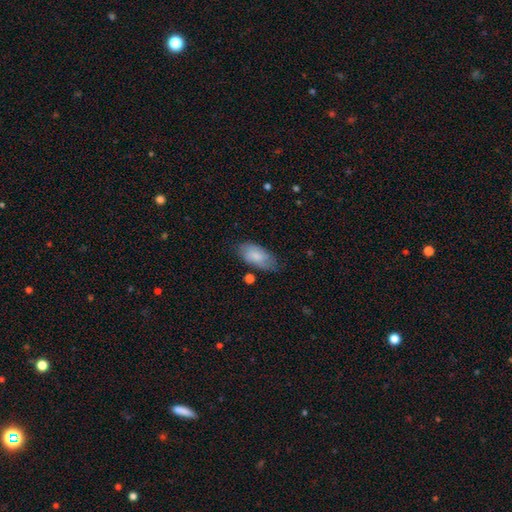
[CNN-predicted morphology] A smooth galaxy with no disk features (78%) that is in between round and cigar-shaped (92%).

Vote fractions:
- Smooth or featured? smooth: 78% / featured or disk: 16% / star or artifact: 6%
- How rounded? in between: 92% / cigar-shaped: 6% / round: 2%
- Merging? none: 68% / minor disturbance: 24% / major disturbance: 6% / merger: 3%